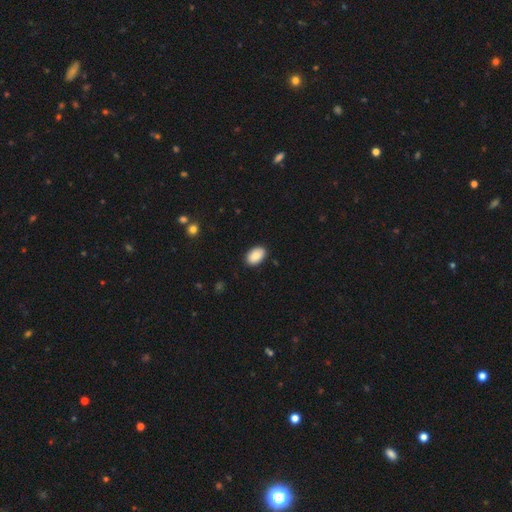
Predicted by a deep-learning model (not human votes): This is clearly a smooth galaxy (88%). How rounded: clearly in between (93%). Merging: clearly none (88%).